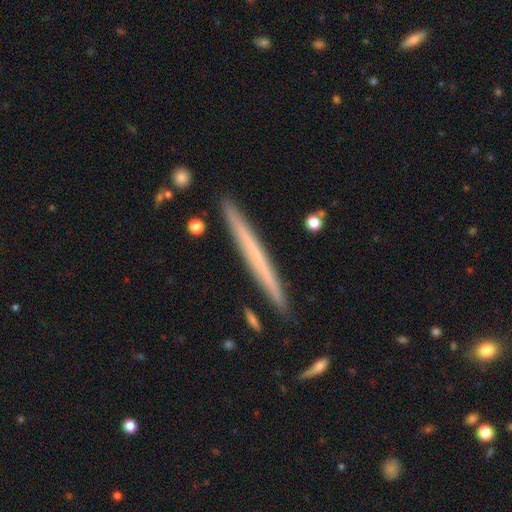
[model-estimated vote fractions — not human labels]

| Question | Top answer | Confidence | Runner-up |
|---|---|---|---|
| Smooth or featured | featured or disk | 48% | smooth (46%) |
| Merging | none | 91% | minor disturbance (6%) |